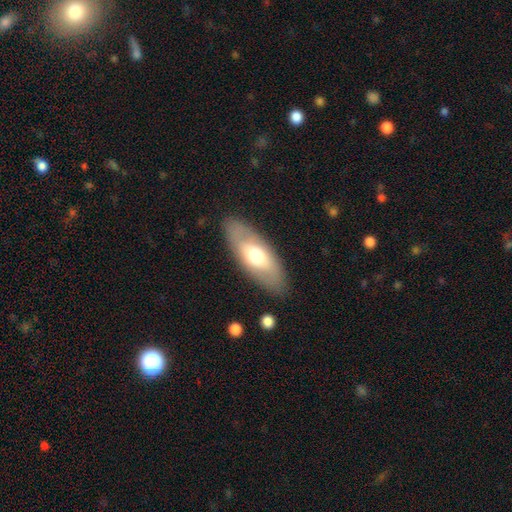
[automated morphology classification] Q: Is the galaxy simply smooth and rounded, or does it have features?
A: smooth — 57%.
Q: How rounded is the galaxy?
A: in between — 81%.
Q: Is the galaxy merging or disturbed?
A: none — 84%.